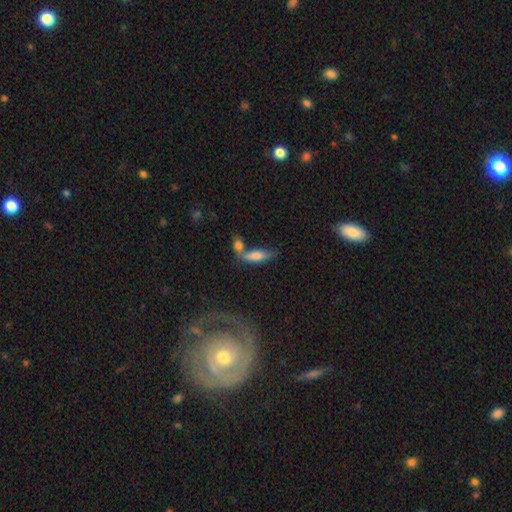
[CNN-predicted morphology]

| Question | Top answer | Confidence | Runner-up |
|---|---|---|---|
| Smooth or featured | smooth | 71% | featured or disk (20%) |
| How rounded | in between | 55% | cigar-shaped (42%) |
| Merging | merger | 43% | none (38%) |